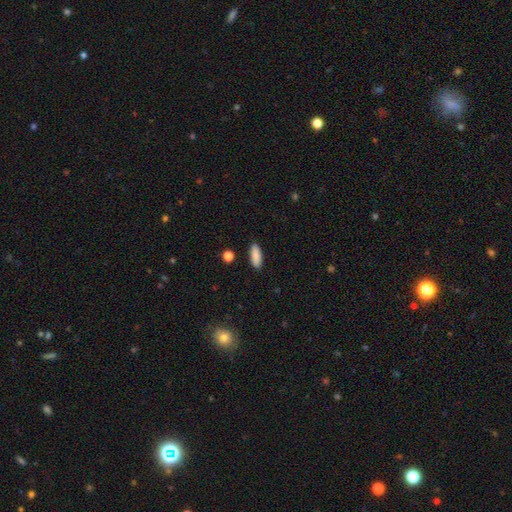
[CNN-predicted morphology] Smooth or featured? Predicted: smooth (p=0.88). How rounded? Predicted: in between (p=0.69). Merging? Predicted: none (p=0.89).